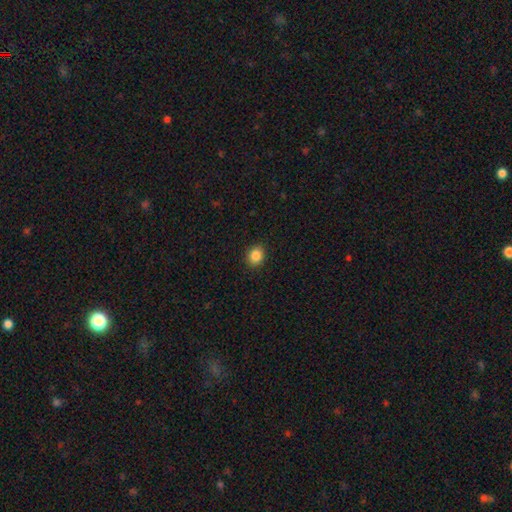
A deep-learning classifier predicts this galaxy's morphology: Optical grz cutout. It shows a smooth galaxy with no disk features (86%) that is round (62%). Merging: none (91%).